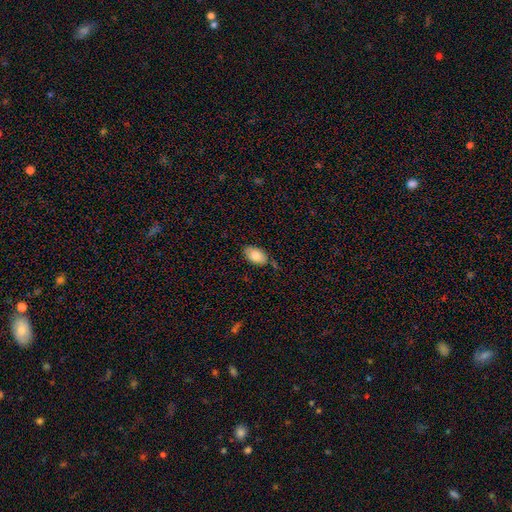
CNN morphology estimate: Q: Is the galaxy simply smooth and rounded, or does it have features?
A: smooth — 80%.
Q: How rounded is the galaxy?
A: in between — 93%.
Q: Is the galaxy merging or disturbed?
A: none — 74%.